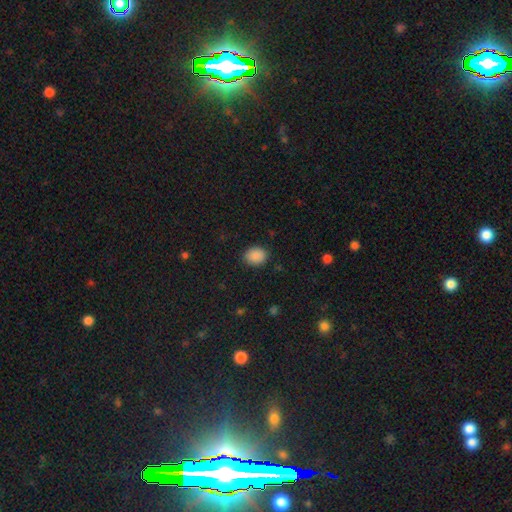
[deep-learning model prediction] Smooth or featured? Predicted: smooth (p=0.88). How rounded? Predicted: round (p=0.57). Merging? Predicted: none (p=0.87).